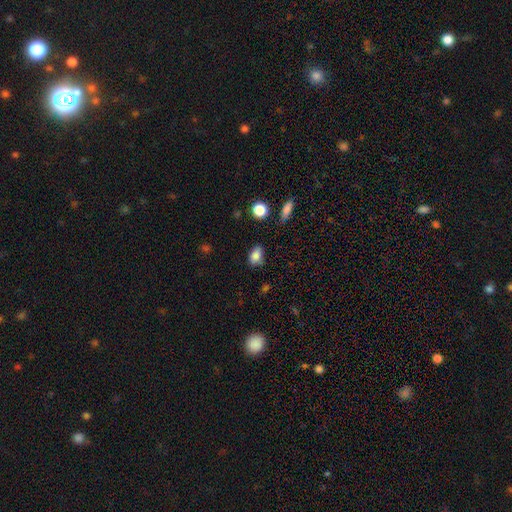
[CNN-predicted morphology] A smooth galaxy with no disk features (84%) that is in between round and cigar-shaped (83%). Merging: none (72%).